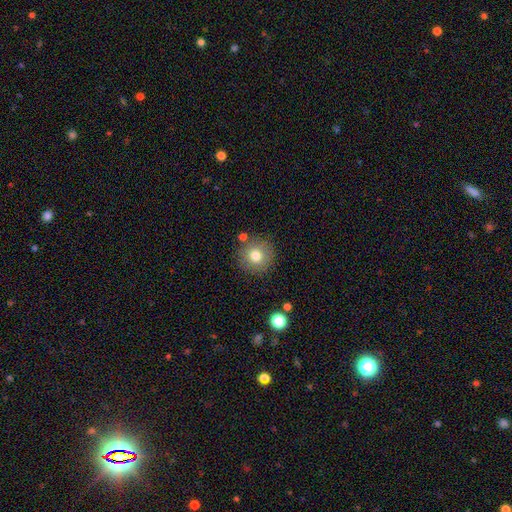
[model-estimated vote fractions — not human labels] smooth_or_featured: smooth (p=0.78) [alt: featured or disk p=0.11]
how_rounded: round (p=0.94) [alt: in between p=0.05]
merging: none (p=0.84) [alt: minor disturbance p=0.09]